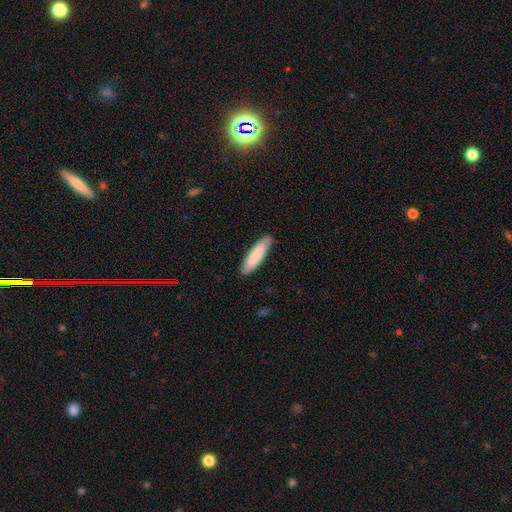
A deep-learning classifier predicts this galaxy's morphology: A smooth galaxy with no disk features (82%) that is cigar-shaped (76%). Merging: none (86%).